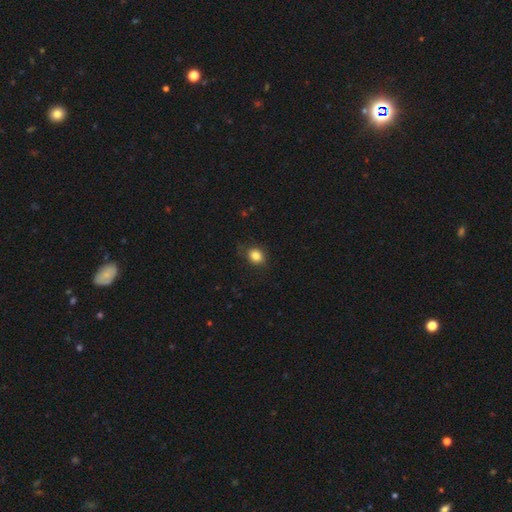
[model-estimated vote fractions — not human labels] Smooth or featured?
  - smooth: 84% *
  - star or artifact: 10%
  - featured or disk: 6%
How rounded?
  - round: 57% *
  - in between: 42%
  - cigar-shaped: 1%
Merging?
  - none: 77% *
  - minor disturbance: 17%
  - major disturbance: 5%
  - merger: 1%